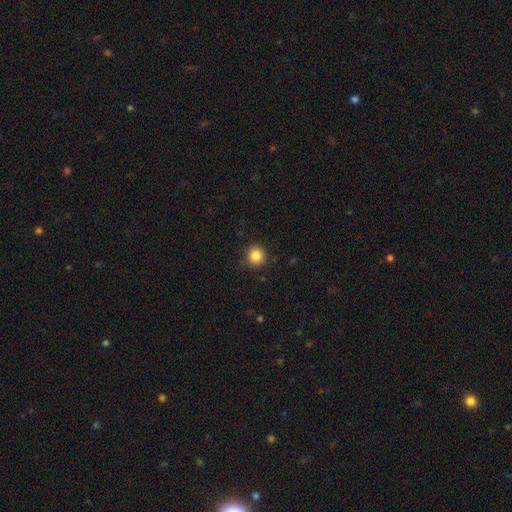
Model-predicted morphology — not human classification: smooth_or_featured: smooth (p=0.85) [alt: star or artifact p=0.11]
how_rounded: round (p=0.94) [alt: in between p=0.05]
merging: none (p=0.87) [alt: minor disturbance p=0.09]